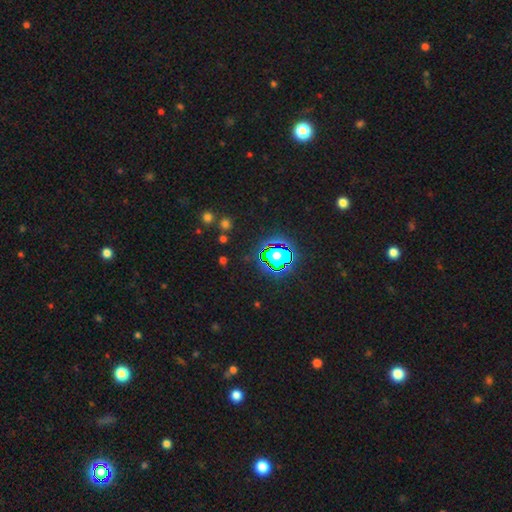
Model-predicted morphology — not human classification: This is clearly a star or artifact rather than a galaxy (82%).